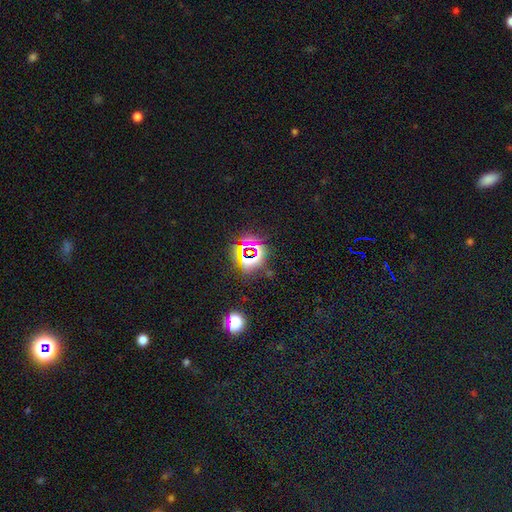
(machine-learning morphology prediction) The model was most divided on "smooth or featured": star or artifact: 76%, smooth: 15%, featured or disk: 9%.